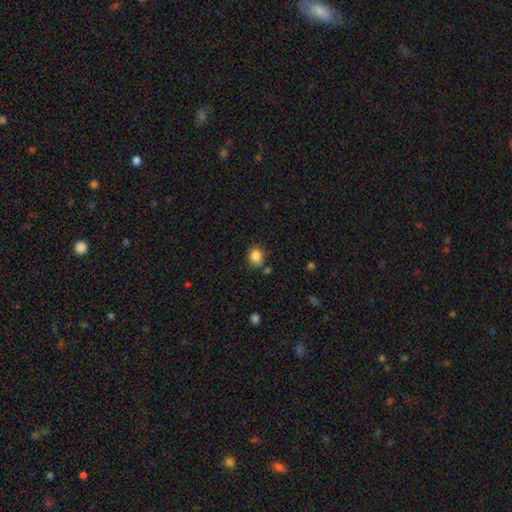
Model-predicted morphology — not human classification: This appears to be a smooth galaxy with no disk features (85%) that is round (65%). Merging: none (76%).